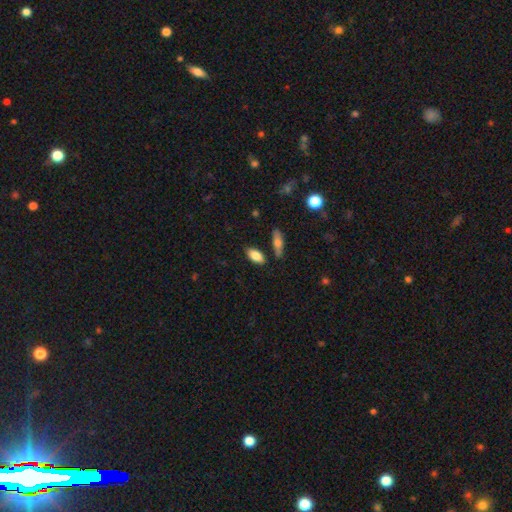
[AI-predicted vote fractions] smooth_or_featured: smooth (p=0.82) [alt: featured or disk p=0.11]
how_rounded: in between (p=0.86) [alt: cigar-shaped p=0.11]
merging: none (p=0.80) [alt: minor disturbance p=0.12]